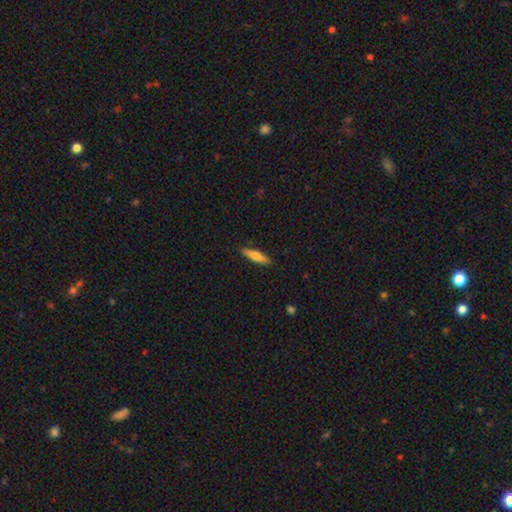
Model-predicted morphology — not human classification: Overall: smooth (66%; featured or disk 28%). How rounded: cigar-shaped (75%). Merging: none (88%).